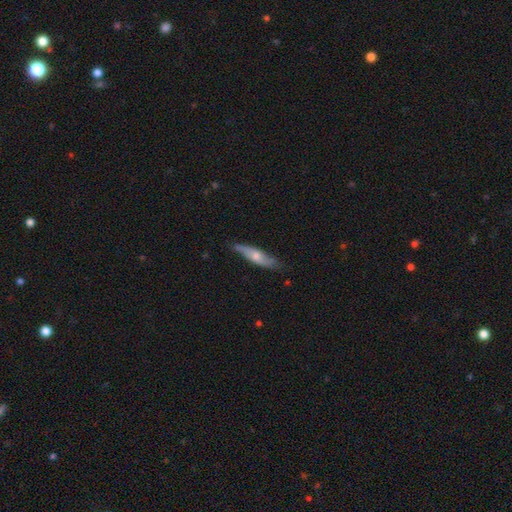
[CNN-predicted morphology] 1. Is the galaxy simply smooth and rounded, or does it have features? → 56% featured or disk, 38% smooth, 6% star or artifact.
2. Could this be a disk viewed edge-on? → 56% yes, 44% no.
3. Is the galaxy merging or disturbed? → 77% none, 19% minor disturbance, 3% major disturbance, 1% merger.